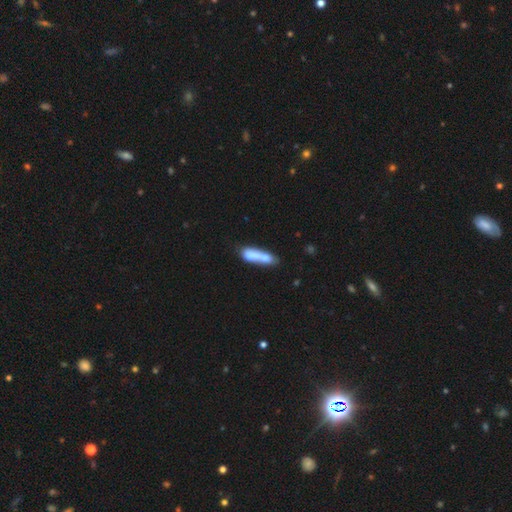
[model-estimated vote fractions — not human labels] Overall: smooth (69%). How rounded: cigar-shaped (68%; in between 30%). Merging: merger (39%; none 35%).